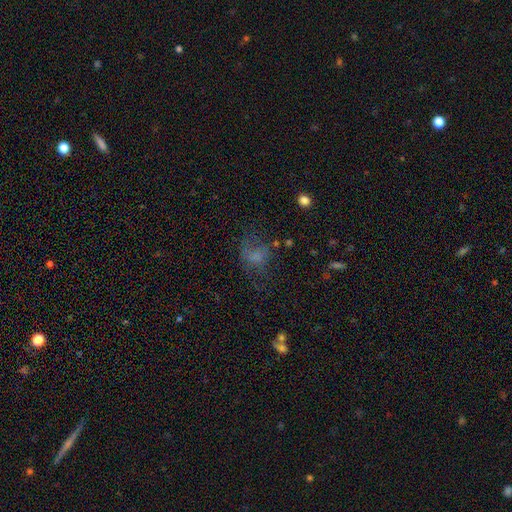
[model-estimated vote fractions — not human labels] Morphology: type=smooth (58%); roundness=in between (51%); merging=none (40%).